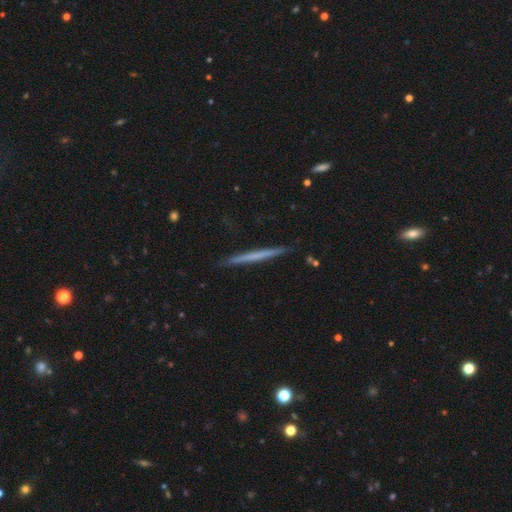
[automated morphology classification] The model was most divided on "smooth or featured": featured or disk: 50%, smooth: 45%, star or artifact: 5%. More confident: edge-on disk — yes (98%); merging — none (91%).